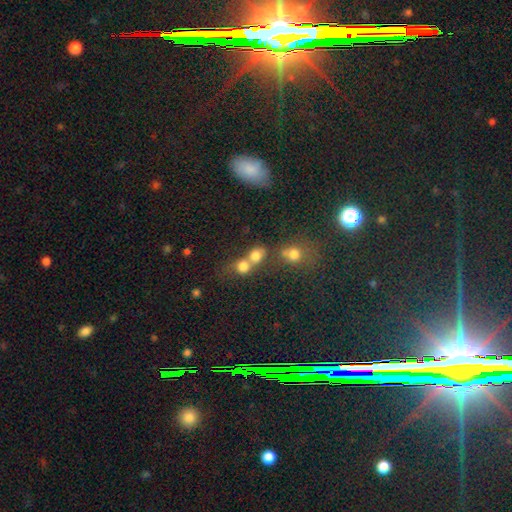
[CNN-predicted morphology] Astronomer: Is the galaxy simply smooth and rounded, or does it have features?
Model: smooth — 74%.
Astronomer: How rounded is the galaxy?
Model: round — 70%.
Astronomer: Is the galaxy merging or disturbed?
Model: merger — 57%.